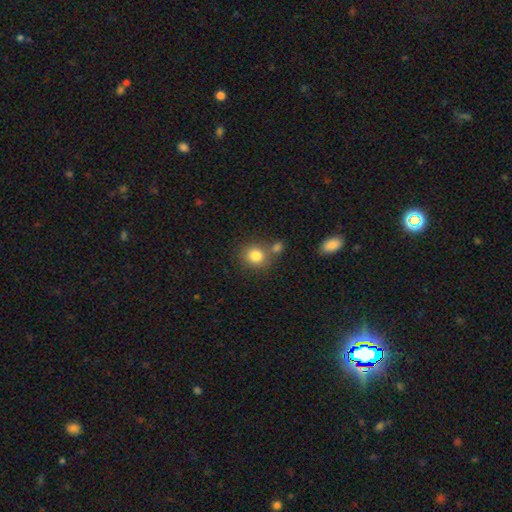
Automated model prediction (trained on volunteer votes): This appears to be a smooth galaxy with no disk features (82%) that is round (78%). Merging: none (64%).